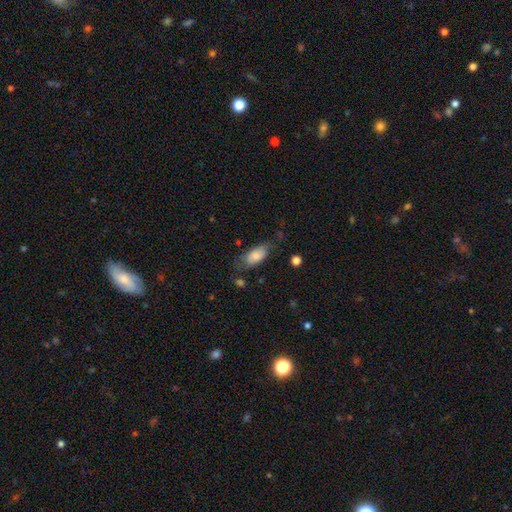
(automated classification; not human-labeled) A smooth galaxy with no disk features (76%) that is in between round and cigar-shaped (88%).

Vote fractions:
- Smooth or featured? smooth: 76% / featured or disk: 17% / star or artifact: 7%
- How rounded? in between: 88% / cigar-shaped: 9% / round: 3%
- Merging? none: 56% / minor disturbance: 29% / major disturbance: 12% / merger: 3%